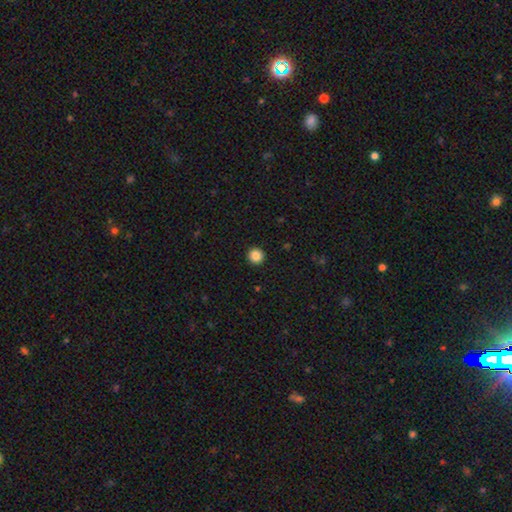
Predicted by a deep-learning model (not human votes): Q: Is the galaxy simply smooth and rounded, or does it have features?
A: smooth — 86%.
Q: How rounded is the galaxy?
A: round — 96%.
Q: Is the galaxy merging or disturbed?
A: none — 94%.